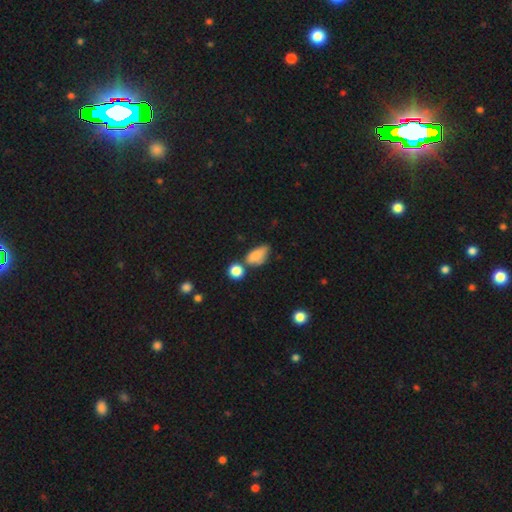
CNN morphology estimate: type=smooth (81%); roundness=in between (84%); merging=none (37%).